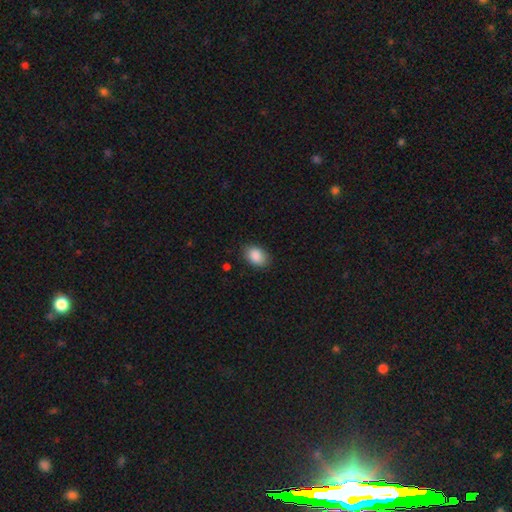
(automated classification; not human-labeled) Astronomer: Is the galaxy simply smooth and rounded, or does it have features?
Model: smooth — 89%.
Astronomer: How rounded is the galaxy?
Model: in between — 83%.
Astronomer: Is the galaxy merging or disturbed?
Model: none — 84%.